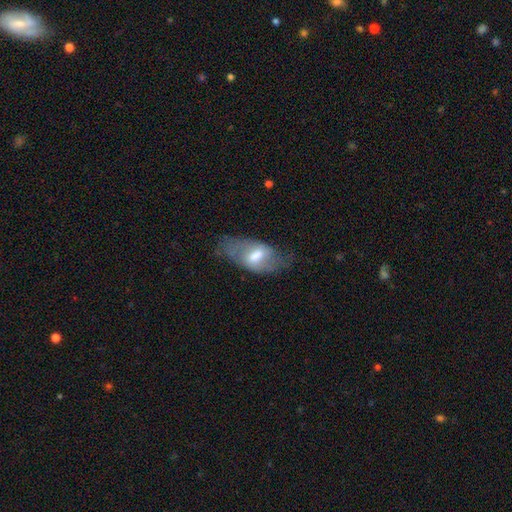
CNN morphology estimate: type=featured or disk (48%); merging=none (56%).